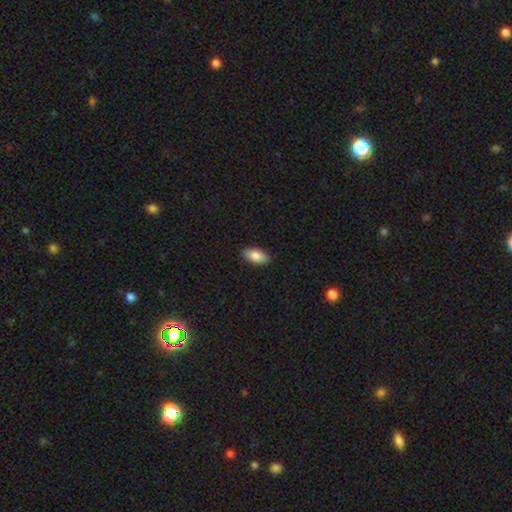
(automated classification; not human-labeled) A smooth galaxy with no disk features (84%) that is in between round and cigar-shaped (92%). Merging: none (89%).